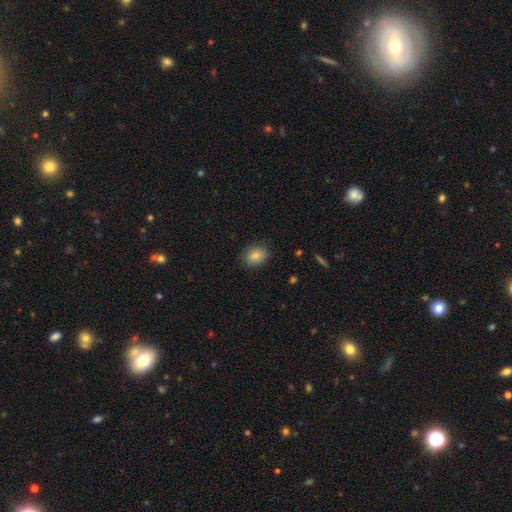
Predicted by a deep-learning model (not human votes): Overall: smooth (83%). How rounded: in between (55%; round 44%). Merging: none (84%).